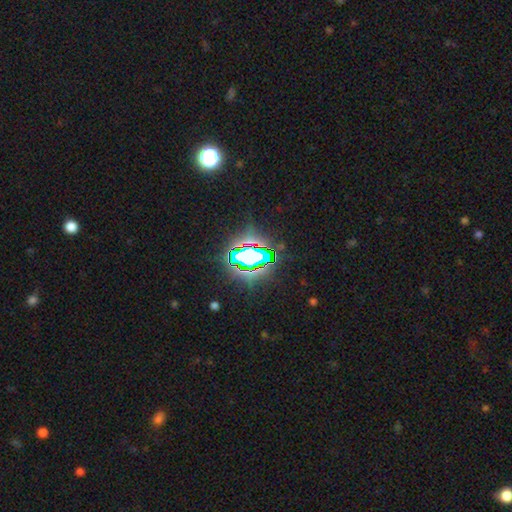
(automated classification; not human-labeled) Smooth or featured: star or artifact — 82% (smooth — 11%)